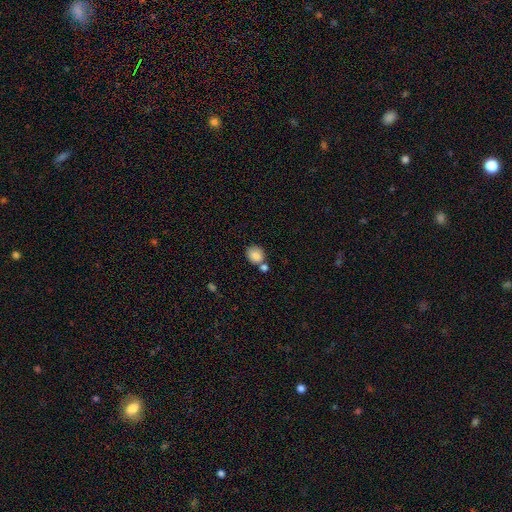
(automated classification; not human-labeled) Smooth or featured? Predicted: smooth (p=0.83). How rounded? Predicted: round (p=0.78). Merging? Predicted: none (p=0.59).